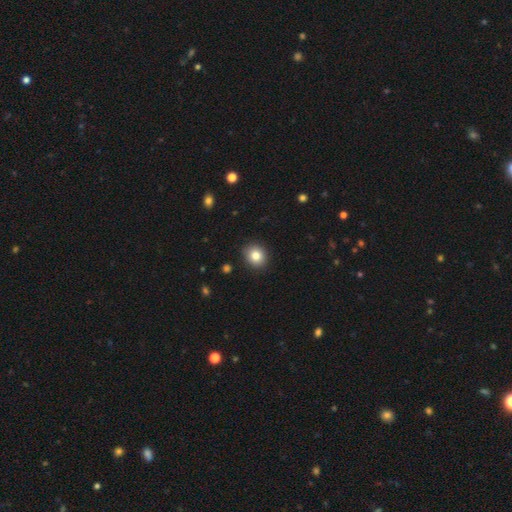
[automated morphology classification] smooth-or-featured: smooth: 82% | star or artifact: 10% | featured or disk: 8%
  how-rounded: round: 74% | in between: 25% | cigar-shaped: 1%
  merging: none: 90% | minor disturbance: 7% | major disturbance: 2% | merger: 1%